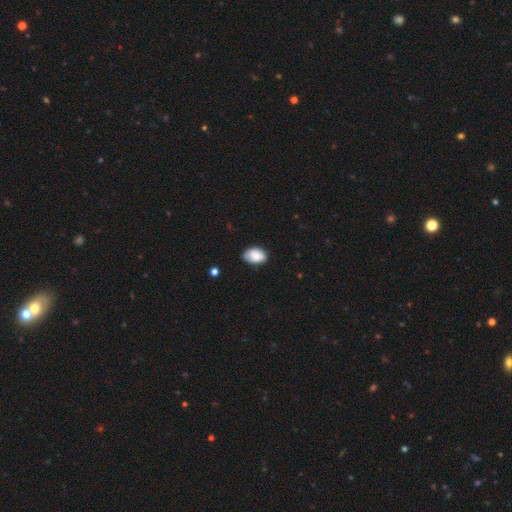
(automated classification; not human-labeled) Morphology: type=smooth (85%); roundness=in between (87%); merging=none (66%).